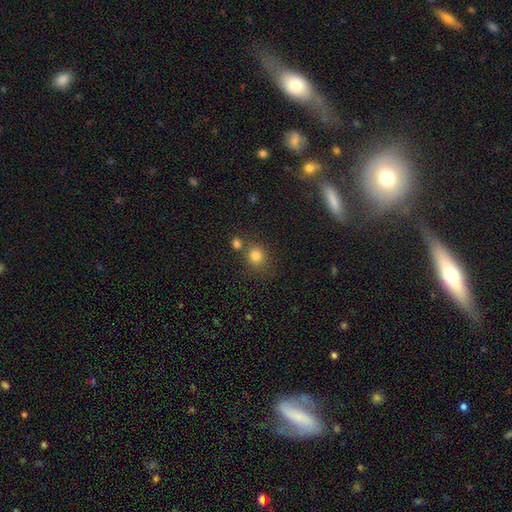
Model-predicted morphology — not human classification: Smooth or featured?
  - smooth: 80% *
  - star or artifact: 13%
  - featured or disk: 7%
How rounded?
  - round: 80% *
  - in between: 19%
  - cigar-shaped: 1%
Merging?
  - none: 65% *
  - merger: 20%
  - minor disturbance: 11%
  - major disturbance: 4%